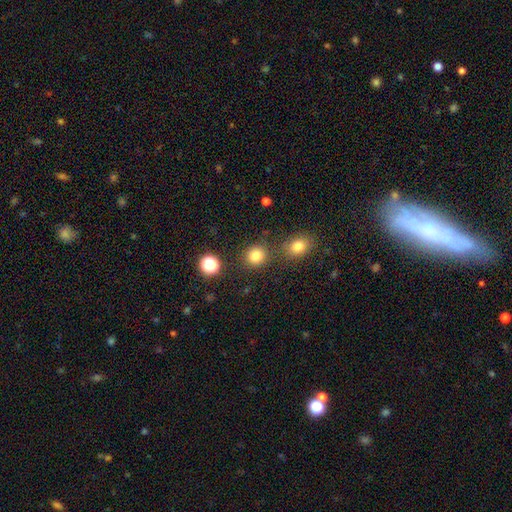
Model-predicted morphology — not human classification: A smooth galaxy with no disk features (82%) that is round (85%).

Vote fractions:
- Smooth or featured? smooth: 82% / star or artifact: 13% / featured or disk: 5%
- How rounded? round: 85% / in between: 14% / cigar-shaped: 1%
- Merging? none: 81% / minor disturbance: 8% / merger: 8% / major disturbance: 3%